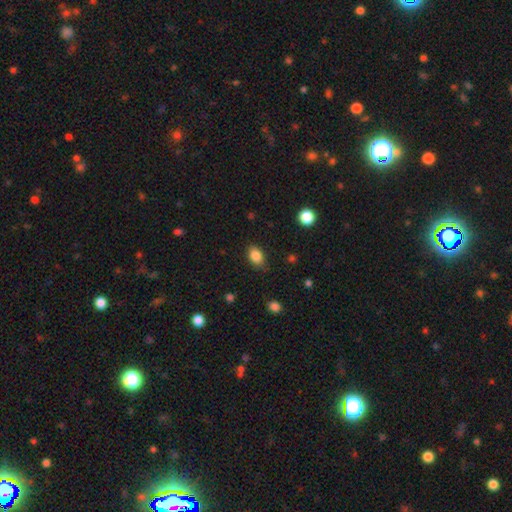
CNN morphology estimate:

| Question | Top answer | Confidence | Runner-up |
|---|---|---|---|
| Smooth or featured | smooth | 86% | star or artifact (9%) |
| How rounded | in between | 83% | round (15%) |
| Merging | none | 81% | minor disturbance (15%) |